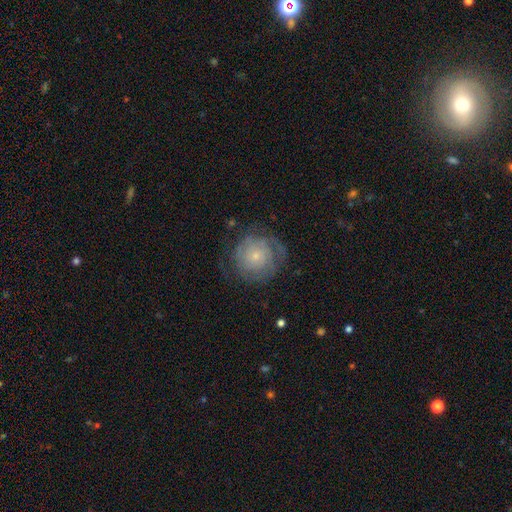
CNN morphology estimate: Smooth or featured?
  - featured or disk: 55% *
  - smooth: 37%
  - star or artifact: 8%
Edge-on disk?
  - no: 97% *
  - yes: 3%
Bar?
  - no: 84% *
  - weak: 14%
  - strong: 2%
Spiral arms?
  - yes: 76% *
  - no: 24%
Bulge size?
  - small: 72% *
  - moderate: 21%
  - none: 4%
  - large: 2%
  - dominant: 1%
Merging?
  - none: 66% *
  - minor disturbance: 20%
  - major disturbance: 13%
  - merger: 1%